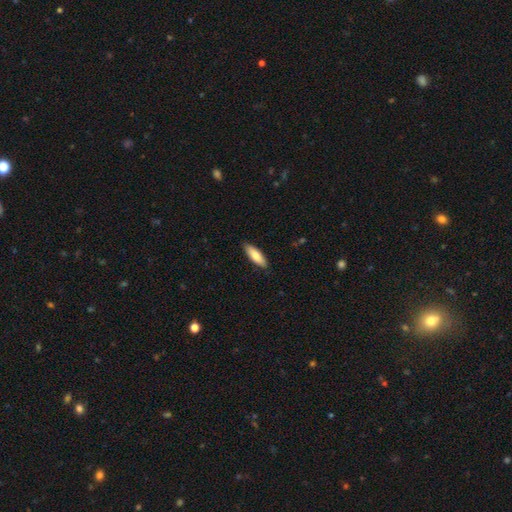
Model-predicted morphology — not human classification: This is clearly a smooth galaxy (81%). How rounded: possibly in between (51%). Merging: clearly none (88%).